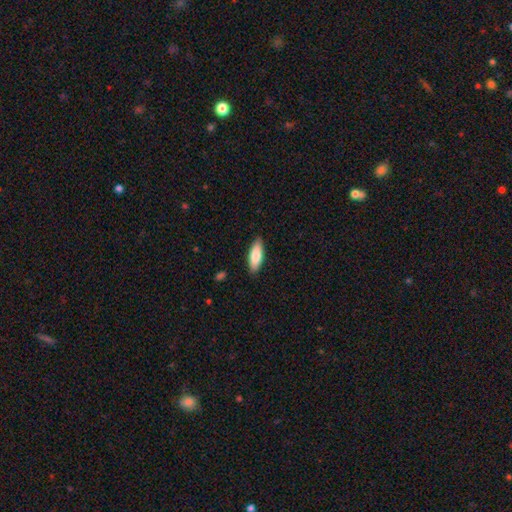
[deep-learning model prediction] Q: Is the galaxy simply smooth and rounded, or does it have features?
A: smooth — 81%.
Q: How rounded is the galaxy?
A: in between — 64%.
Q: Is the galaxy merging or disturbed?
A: none — 87%.